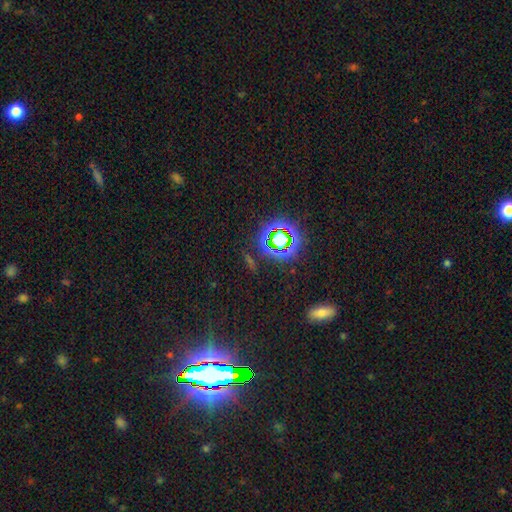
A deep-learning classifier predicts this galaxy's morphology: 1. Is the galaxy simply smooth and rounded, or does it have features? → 77% star or artifact, 15% smooth, 8% featured or disk.